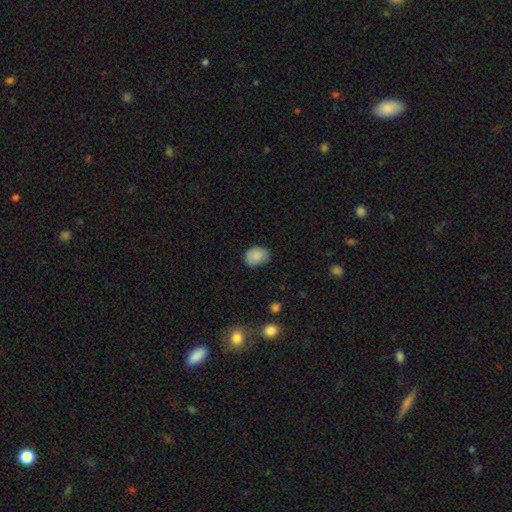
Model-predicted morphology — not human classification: type=smooth (86%); roundness=in between (71%); merging=none (74%).